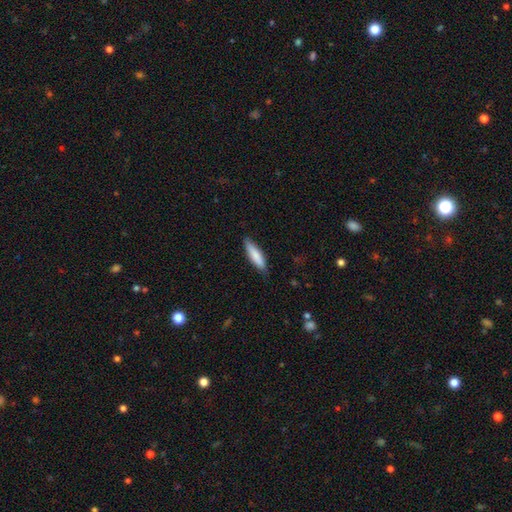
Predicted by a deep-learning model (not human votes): The model was most divided on "how rounded": cigar-shaped: 72%, in between: 27%, round: 1%. More confident: merging — none (82%); smooth or featured — smooth (81%).